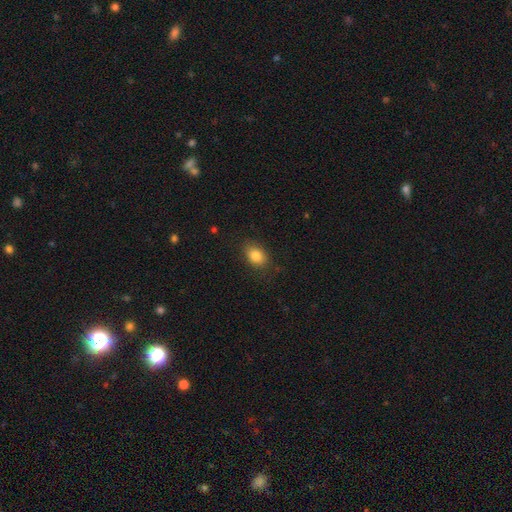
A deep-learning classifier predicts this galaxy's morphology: The model was most divided on "how rounded": in between: 75%, round: 24%, cigar-shaped: 1%. More confident: smooth or featured — smooth (84%); merging — none (82%).